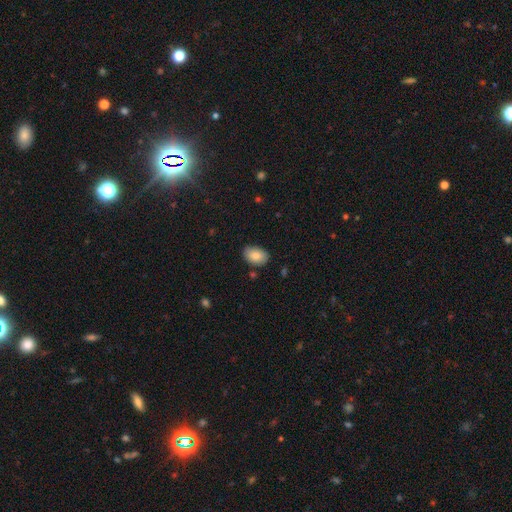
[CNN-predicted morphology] Overall: smooth (84%). How rounded: in between (86%). Merging: none (81%).